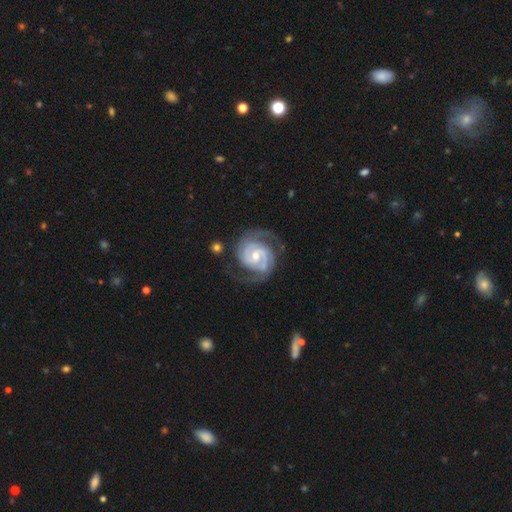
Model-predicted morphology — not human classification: The model was most divided on "bar": no: 46%, weak: 42%, strong: 12%. More confident: spiral arms — yes (98%); edge-on disk — no (98%); smooth or featured — featured or disk (93%); merging — none (70%); spiral arm count — 2 (69%); spiral winding — tight (66%); bulge size — moderate (52%).